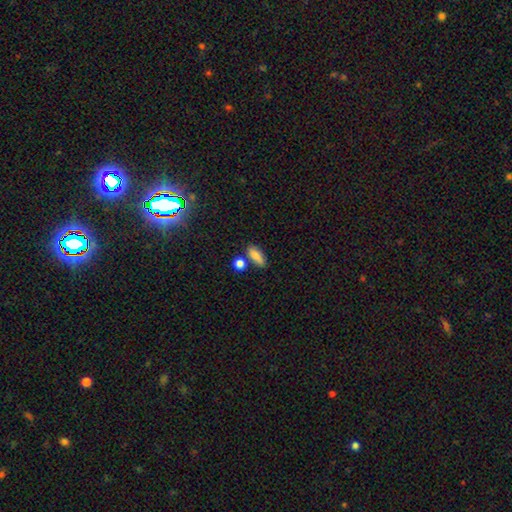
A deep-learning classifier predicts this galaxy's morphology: This is clearly a smooth galaxy (83%). How rounded: likely in between (75%). Merging: likely none (66%).